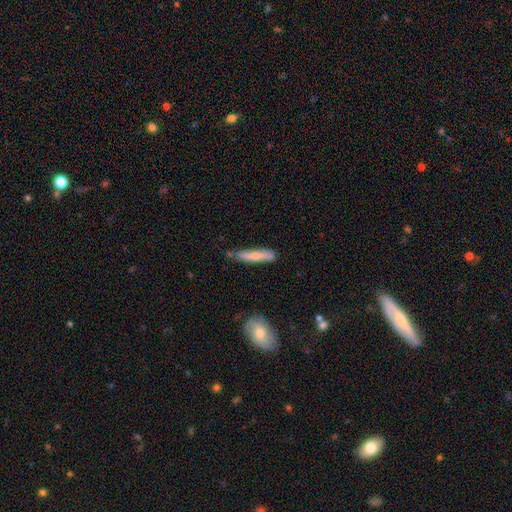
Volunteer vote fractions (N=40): Smooth or featured? 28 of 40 (70%) said smooth. How rounded? 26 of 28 (93%) said cigar-shaped. Merging? 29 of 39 (74%) said none.